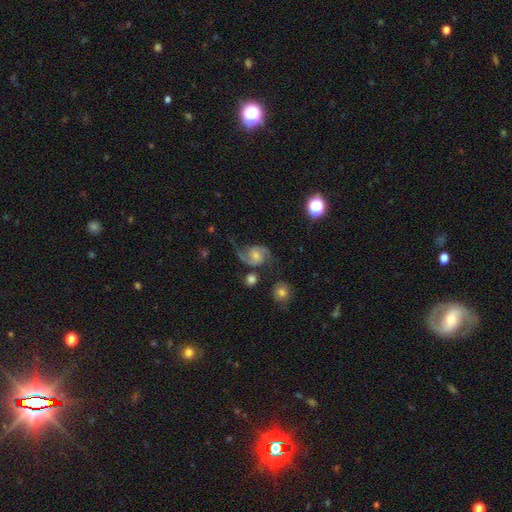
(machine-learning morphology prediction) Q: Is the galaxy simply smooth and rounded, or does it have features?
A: featured or disk — 84%.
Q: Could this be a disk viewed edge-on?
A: no — 98%.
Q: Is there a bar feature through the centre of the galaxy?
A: no — 58%.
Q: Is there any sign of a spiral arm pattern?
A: yes — 97%.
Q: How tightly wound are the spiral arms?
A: medium — 48%.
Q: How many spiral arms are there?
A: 2 — 90%.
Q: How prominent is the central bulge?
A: moderate — 44%.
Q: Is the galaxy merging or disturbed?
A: none — 61%.